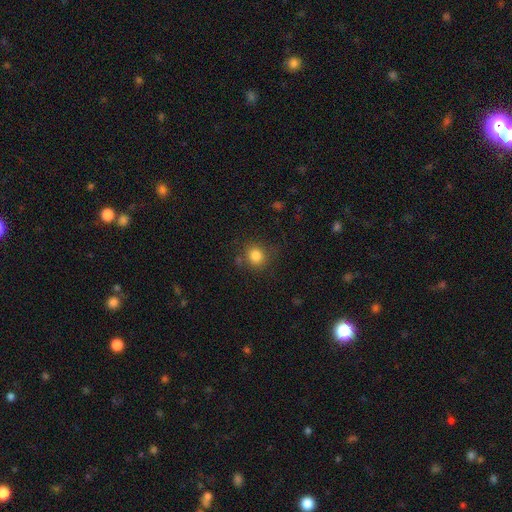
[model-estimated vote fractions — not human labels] smooth-or-featured: smooth: 83% | star or artifact: 12% | featured or disk: 6%
  how-rounded: round: 86% | in between: 13% | cigar-shaped: 1%
  merging: none: 80% | minor disturbance: 12% | major disturbance: 4% | merger: 4%